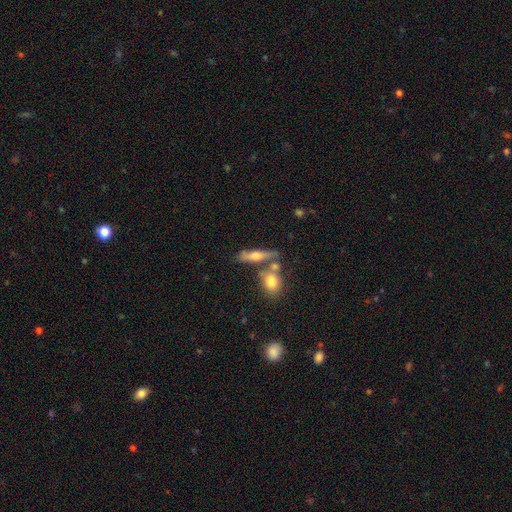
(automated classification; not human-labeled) Smooth or featured? Predicted: smooth (p=0.47). Merging? Predicted: none (p=0.60).